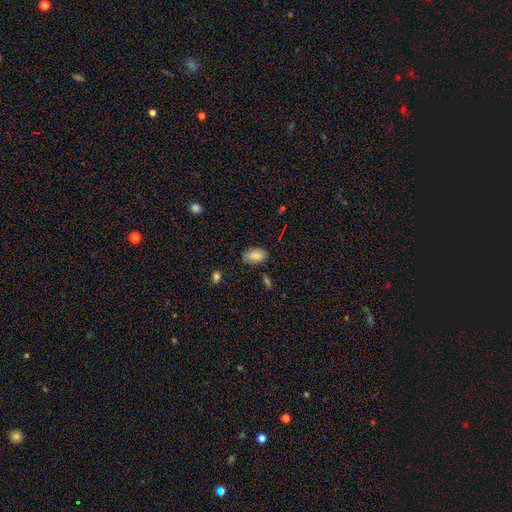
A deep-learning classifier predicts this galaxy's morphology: Smooth or featured: smooth — 84% (star or artifact — 9%)
How rounded: in between — 91% (round — 7%)
Merging: none — 73% (minor disturbance — 21%)